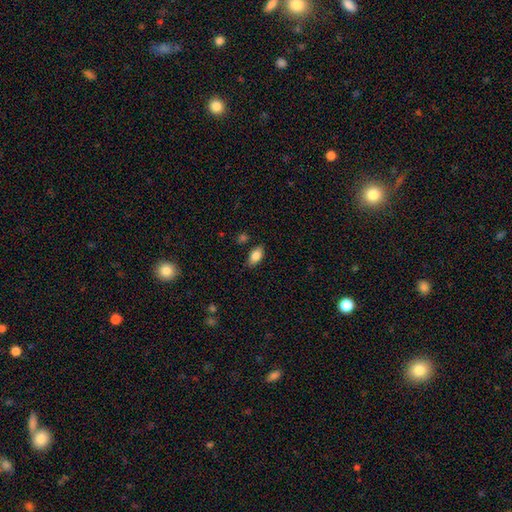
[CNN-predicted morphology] The model was most divided on "merging": none: 83%, minor disturbance: 12%, merger: 3%, major disturbance: 3%. More confident: how rounded — in between (91%); smooth or featured — smooth (84%).